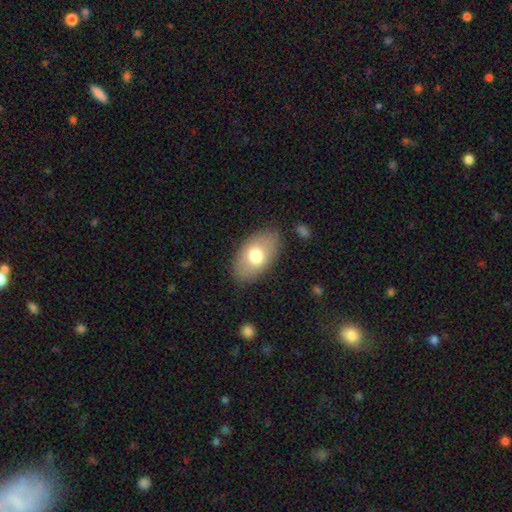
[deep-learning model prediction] Smooth or featured: smooth — 72% (featured or disk — 21%)
How rounded: in between — 93% (round — 6%)
Merging: none — 83% (minor disturbance — 12%)